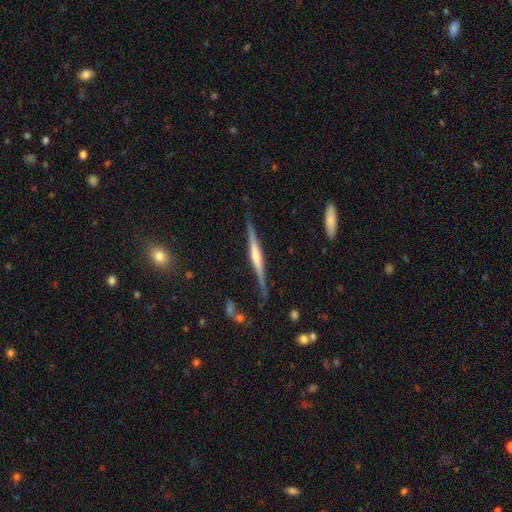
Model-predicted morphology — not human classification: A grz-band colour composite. It shows a featured or disk galaxy (79%) viewed edge-on (97%) with a rounded central bulge (65%). Merging: none (83%).